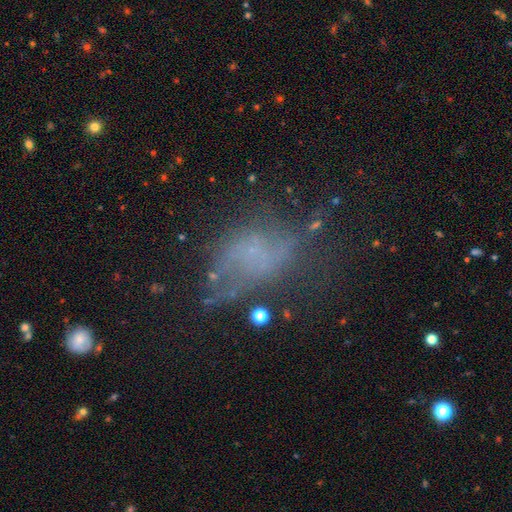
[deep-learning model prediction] A featured or disk galaxy (41%).

Vote fractions:
- Smooth or featured? featured or disk: 41% / smooth: 37% / star or artifact: 22%
- Merging? none: 39% / major disturbance: 31% / minor disturbance: 25% / merger: 5%